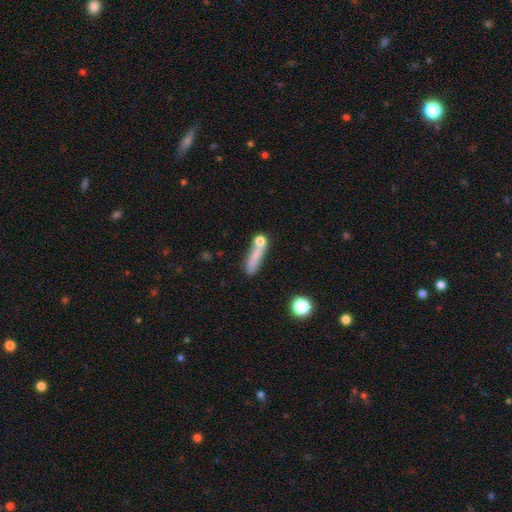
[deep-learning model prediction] smooth 67%, featured or disk 22%, star or artifact 11%. Down the decision tree: how rounded — cigar-shaped (75%); merging — none (46%).